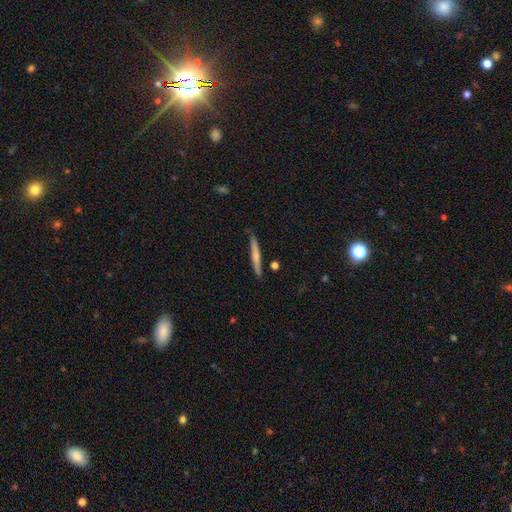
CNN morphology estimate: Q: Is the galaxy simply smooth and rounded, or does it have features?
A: smooth — 58%.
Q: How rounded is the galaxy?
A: cigar-shaped — 95%.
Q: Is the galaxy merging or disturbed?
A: none — 83%.